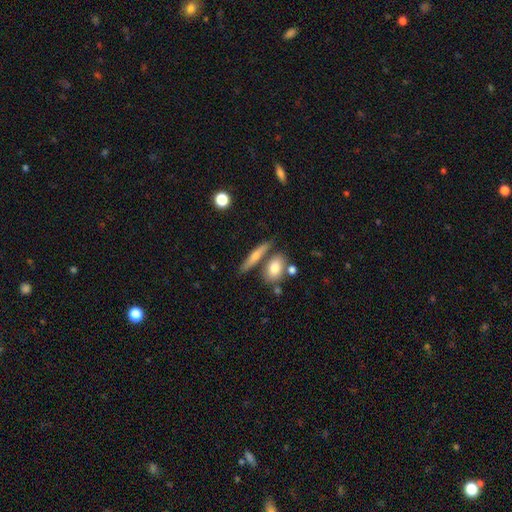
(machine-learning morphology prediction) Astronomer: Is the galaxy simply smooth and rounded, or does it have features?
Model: smooth — 62%.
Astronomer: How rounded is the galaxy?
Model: cigar-shaped — 73%.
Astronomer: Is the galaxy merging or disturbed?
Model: none — 67%.